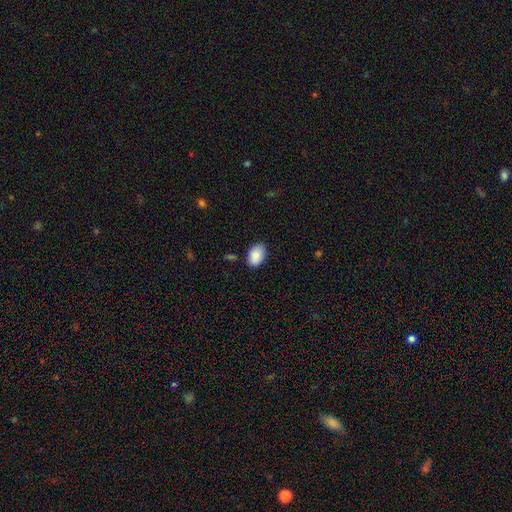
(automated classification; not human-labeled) Q: Smooth or featured?
A: smooth (90%); runner-up: star or artifact (7%)
Q: How rounded?
A: in between (87%); runner-up: round (12%)
Q: Merging?
A: none (81%); runner-up: minor disturbance (15%)